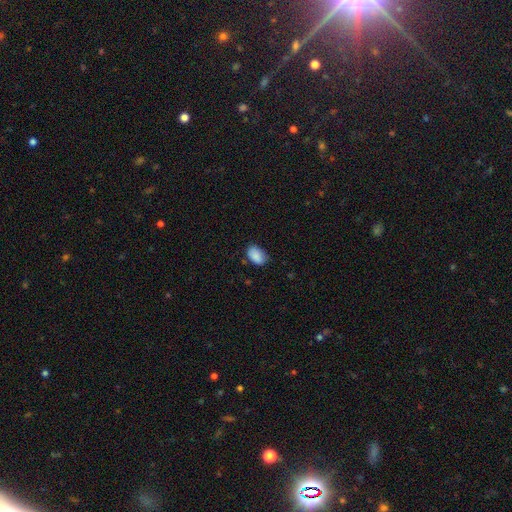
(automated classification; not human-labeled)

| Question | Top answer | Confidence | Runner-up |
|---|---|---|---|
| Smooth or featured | smooth | 88% | star or artifact (7%) |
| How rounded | in between | 87% | round (12%) |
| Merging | none | 69% | minor disturbance (26%) |